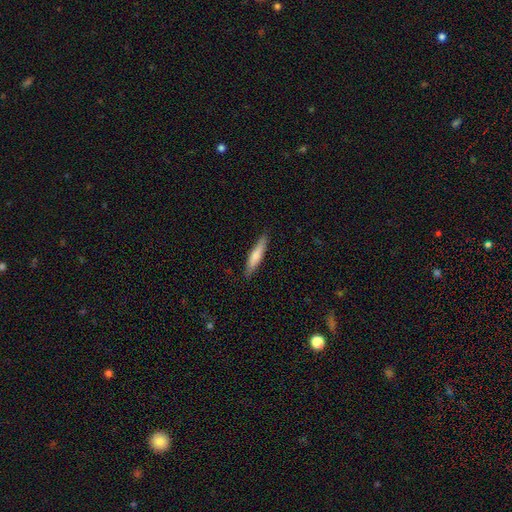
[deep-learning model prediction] The model was most divided on "smooth or featured": smooth: 73%, featured or disk: 22%, star or artifact: 5%. More confident: merging — none (88%); how rounded — cigar-shaped (87%).